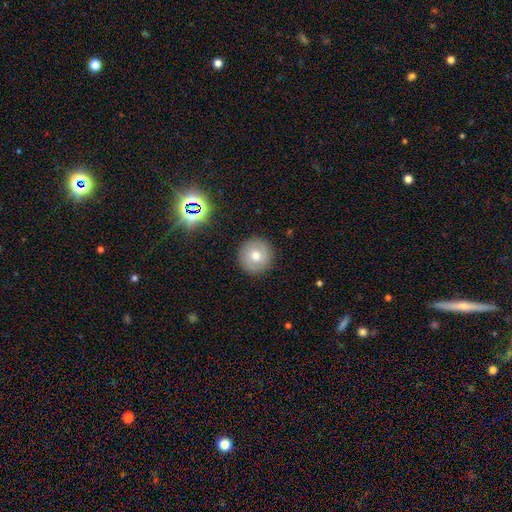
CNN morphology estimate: The model was most divided on "smooth or featured": smooth: 61%, featured or disk: 28%, star or artifact: 11%. More confident: how rounded — round (95%); merging — none (89%).